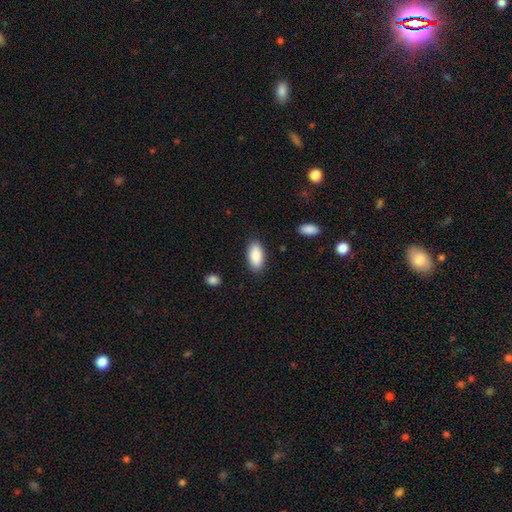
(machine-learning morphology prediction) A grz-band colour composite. It shows a smooth galaxy with no disk features (90%) that is in between round and cigar-shaped (92%). Merging: none (86%).